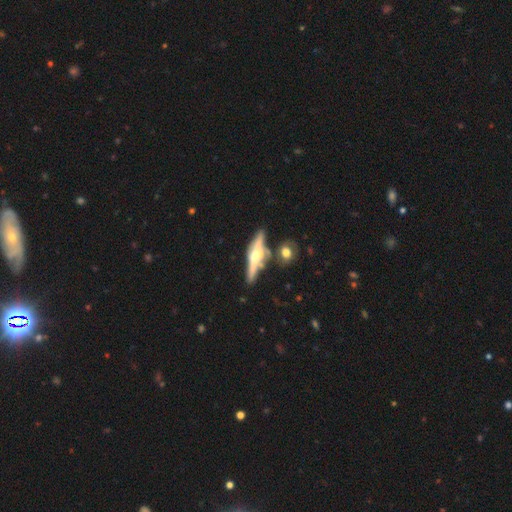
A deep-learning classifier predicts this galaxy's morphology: smooth-or-featured: featured or disk: 70% | smooth: 23% | star or artifact: 7%
  disk-edge-on: yes: 95% | no: 5%
    edge-on-bulge: rounded: 80% | boxy: 13% | none: 7%
  merging: none: 68% | minor disturbance: 14% | merger: 13% | major disturbance: 4%